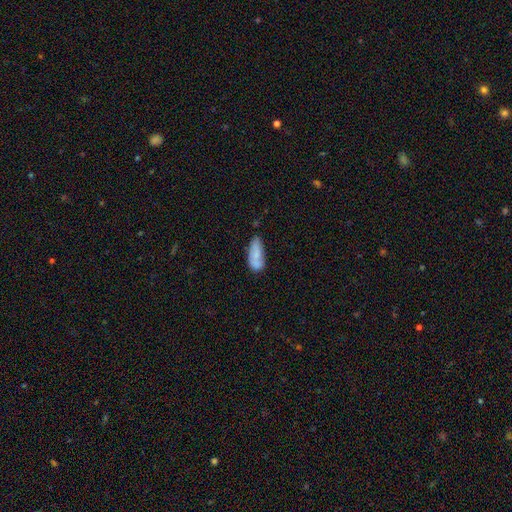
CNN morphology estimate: smooth 74%, featured or disk 19%, star or artifact 7%. Down the decision tree: how rounded — in between (82%); merging — none (52%).